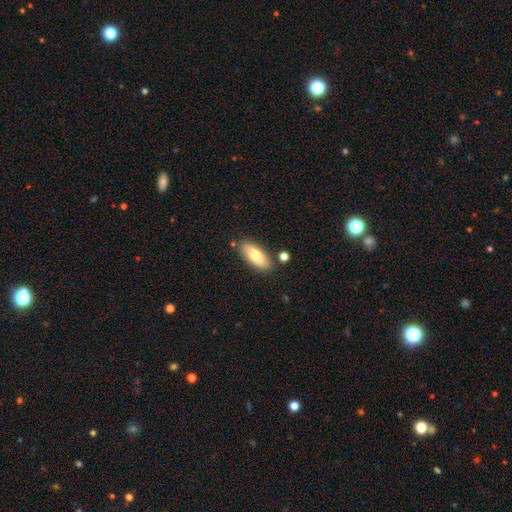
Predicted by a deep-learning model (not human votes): Q: Smooth or featured?
A: smooth (72%); runner-up: featured or disk (21%)
Q: How rounded?
A: in between (81%); runner-up: cigar-shaped (16%)
Q: Merging?
A: none (80%); runner-up: minor disturbance (13%)